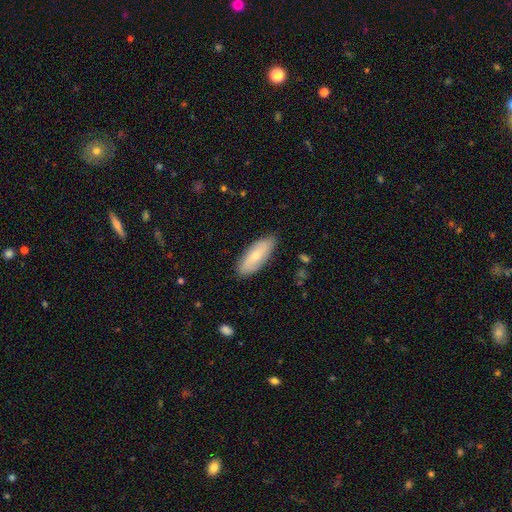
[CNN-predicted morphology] A smooth galaxy with no disk features (67%) that is in between round and cigar-shaped (73%).

Vote fractions:
- Smooth or featured? smooth: 67% / featured or disk: 27% / star or artifact: 6%
- How rounded? in between: 73% / cigar-shaped: 25% / round: 2%
- Merging? none: 84% / minor disturbance: 13% / major disturbance: 2% / merger: 1%